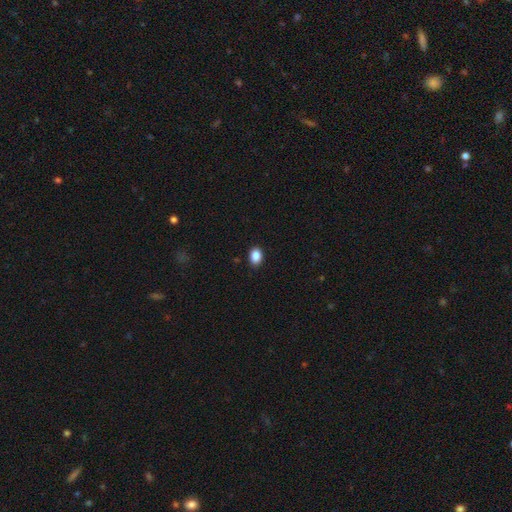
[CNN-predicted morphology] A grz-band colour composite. It shows a smooth galaxy with no disk features (88%) that is in between round and cigar-shaped (75%). Merging: none (89%).